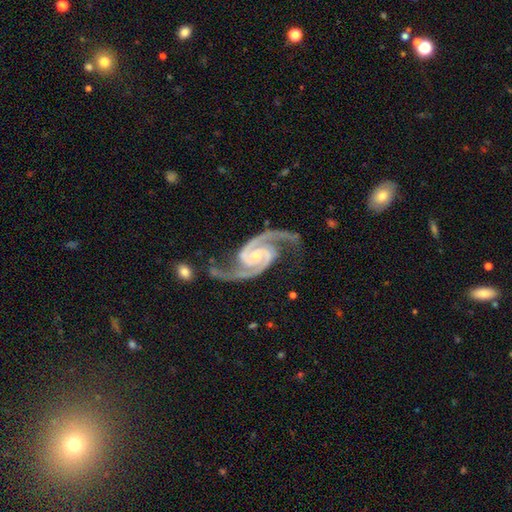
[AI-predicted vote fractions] Overall: featured or disk (95%). Edge-on disk: no (98%). Bar: no (53%; weak 32%). Spiral arms: yes (99%). Spiral arm count: 2 (94%). Spiral winding: medium (61%; tight 25%). Bulge size: small (69%). Merging: none (71%).